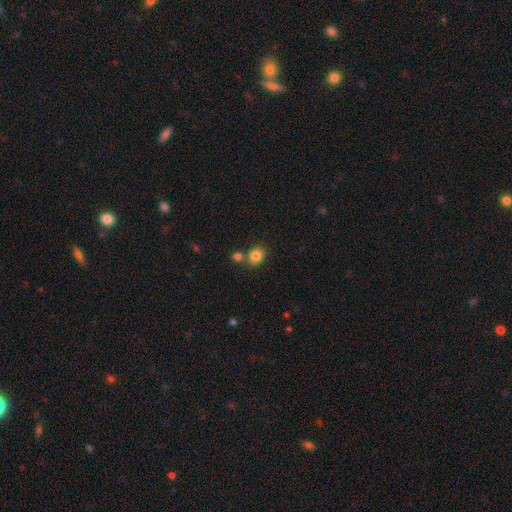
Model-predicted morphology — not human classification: Overall: smooth (84%). How rounded: round (64%; in between 35%). Merging: none (64%).